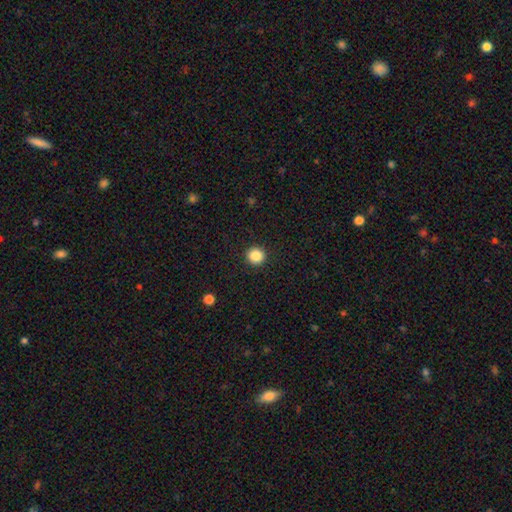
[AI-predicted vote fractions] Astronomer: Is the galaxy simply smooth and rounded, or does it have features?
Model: smooth — 86%.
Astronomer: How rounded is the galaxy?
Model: round — 94%.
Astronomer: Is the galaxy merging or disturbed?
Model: none — 93%.